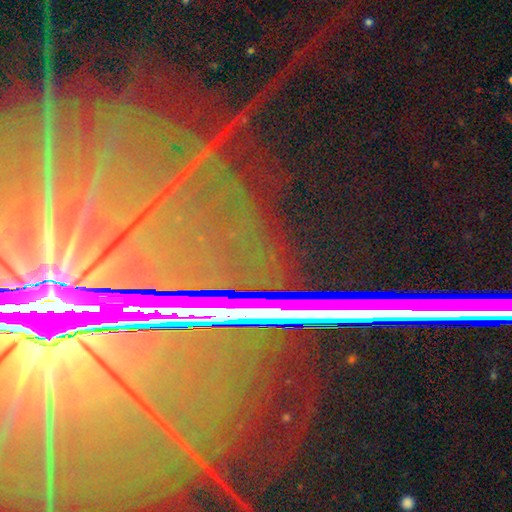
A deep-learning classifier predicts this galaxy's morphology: This is likely a star or artifact rather than a galaxy (78%).